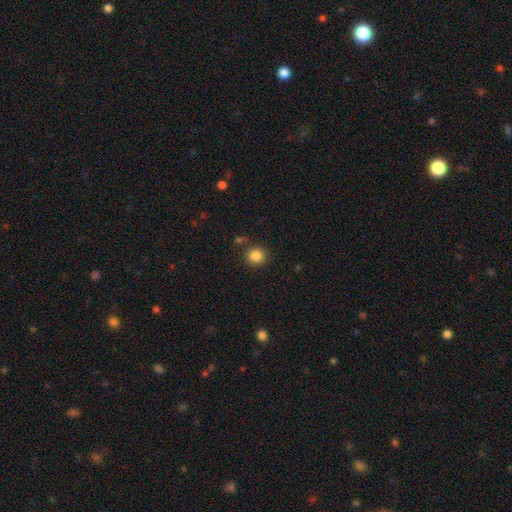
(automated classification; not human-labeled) Morphology: type=smooth (85%); roundness=round (91%); merging=none (86%).